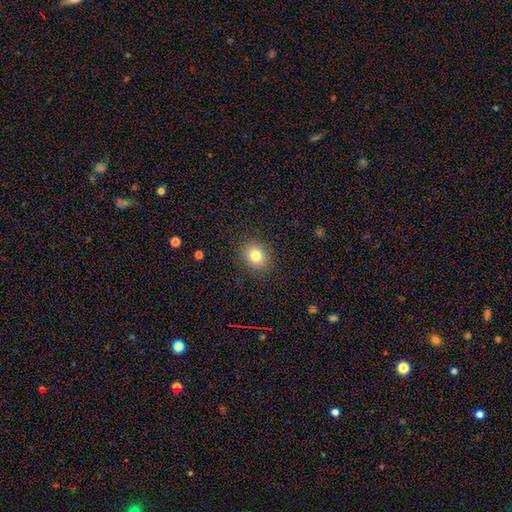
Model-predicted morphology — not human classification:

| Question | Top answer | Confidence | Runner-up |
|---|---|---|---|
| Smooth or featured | smooth | 80% | star or artifact (11%) |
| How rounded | round | 56% | in between (43%) |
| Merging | none | 87% | minor disturbance (9%) |